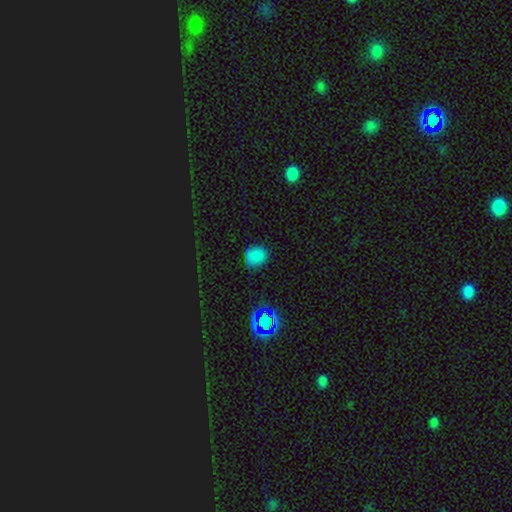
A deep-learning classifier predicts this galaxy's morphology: Overall: smooth (75%). How rounded: round (76%). Merging: none (76%).